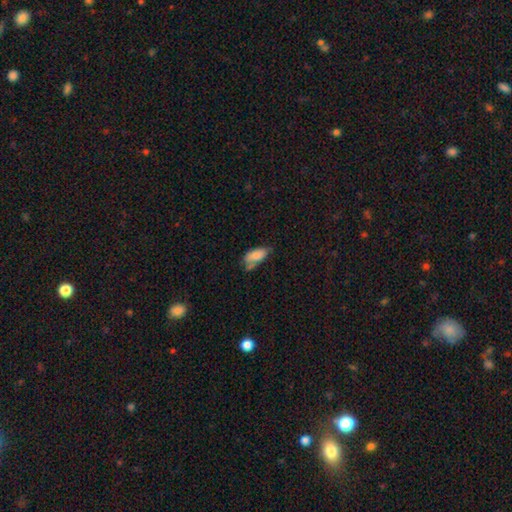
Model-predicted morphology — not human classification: smooth-or-featured: smooth: 79% | featured or disk: 14% | star or artifact: 8%
  how-rounded: in between: 89% | cigar-shaped: 8% | round: 3%
  merging: none: 41% | minor disturbance: 33% | merger: 14% | major disturbance: 12%